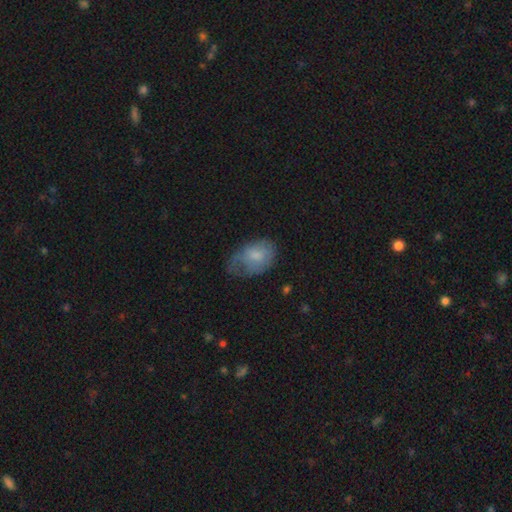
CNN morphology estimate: smooth-or-featured: smooth: 68% | featured or disk: 24% | star or artifact: 8%
  how-rounded: in between: 83% | round: 16% | cigar-shaped: 1%
  merging: minor disturbance: 38% | none: 36% | major disturbance: 25% | merger: 2%